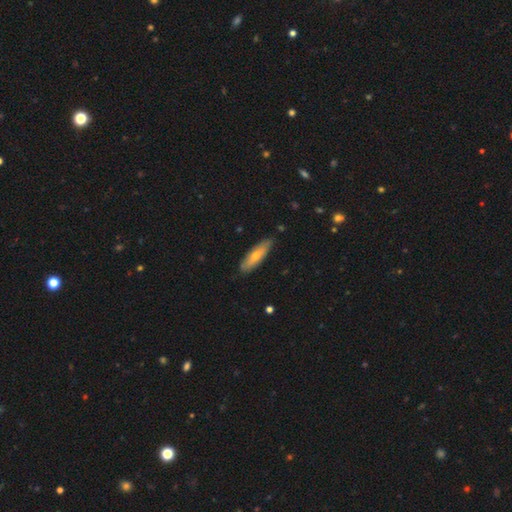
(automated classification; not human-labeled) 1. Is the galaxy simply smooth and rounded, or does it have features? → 57% smooth, 36% featured or disk, 7% star or artifact.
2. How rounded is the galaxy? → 65% cigar-shaped, 33% in between, 2% round.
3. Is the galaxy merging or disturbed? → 83% none, 13% minor disturbance, 2% major disturbance, 1% merger.